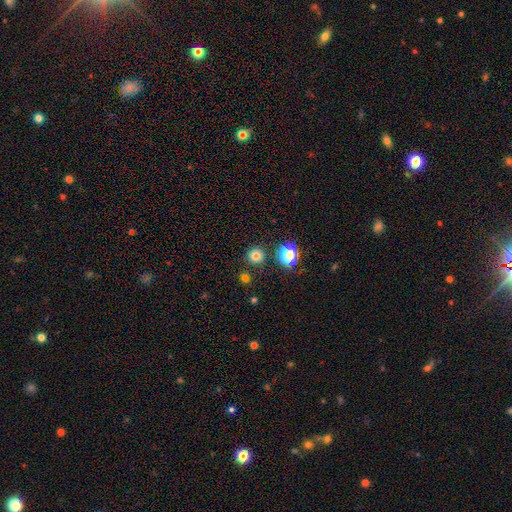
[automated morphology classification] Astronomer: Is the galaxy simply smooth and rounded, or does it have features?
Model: smooth — 77%.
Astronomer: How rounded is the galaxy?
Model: round — 95%.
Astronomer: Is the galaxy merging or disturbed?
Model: none — 87%.